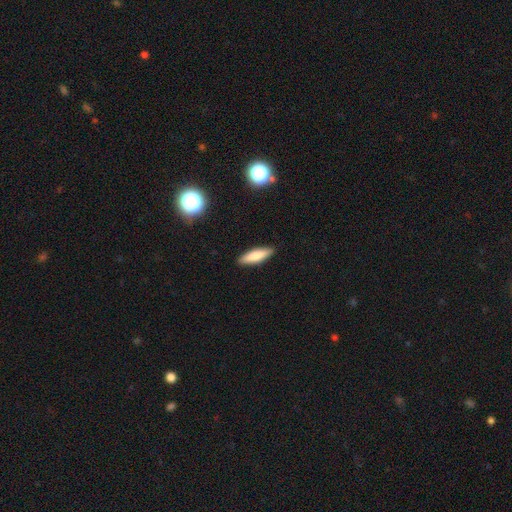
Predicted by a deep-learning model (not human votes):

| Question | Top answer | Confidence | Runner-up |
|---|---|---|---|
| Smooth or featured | smooth | 77% | featured or disk (17%) |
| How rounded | cigar-shaped | 60% | in between (38%) |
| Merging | none | 89% | minor disturbance (8%) |